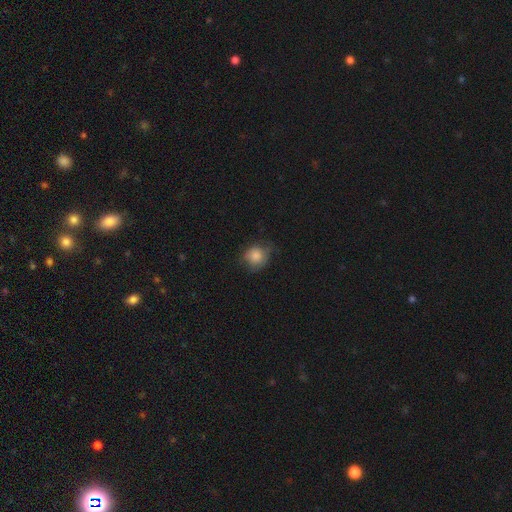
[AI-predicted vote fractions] This is clearly a smooth galaxy (81%). How rounded: likely round (79%). Merging: likely none (60%).